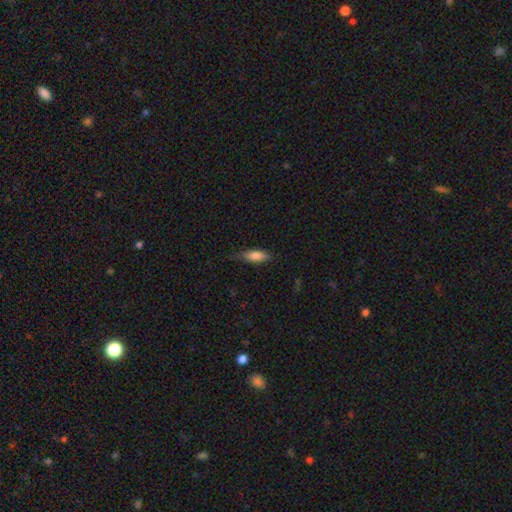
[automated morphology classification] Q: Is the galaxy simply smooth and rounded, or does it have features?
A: smooth — 81%.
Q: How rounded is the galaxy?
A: in between — 64%.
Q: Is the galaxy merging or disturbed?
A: none — 69%.